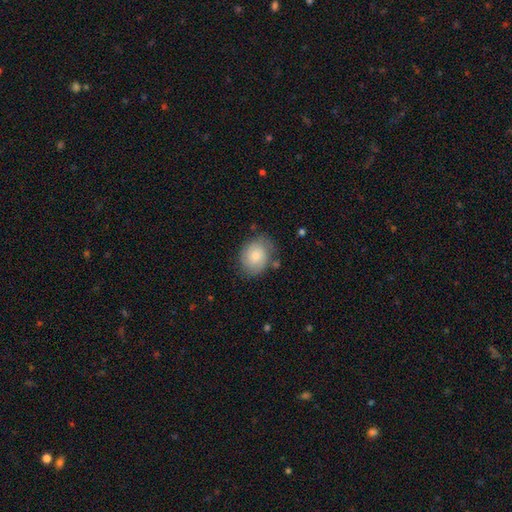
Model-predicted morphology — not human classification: This is likely a smooth galaxy (68%). How rounded: possibly round (51%). Merging: likely none (71%).